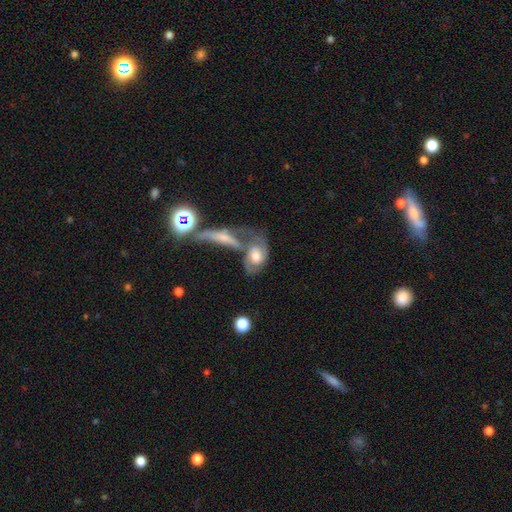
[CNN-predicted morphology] Q: Smooth or featured?
A: featured or disk (65%); runner-up: smooth (28%)
Q: Edge-on disk?
A: no (89%); runner-up: yes (11%)
Q: Bar?
A: no (63%); runner-up: weak (28%)
Q: Spiral arms?
A: yes (82%); runner-up: no (18%)
Q: Bulge size?
A: moderate (53%); runner-up: large (29%)
Q: Merging?
A: merger (50%); runner-up: none (27%)